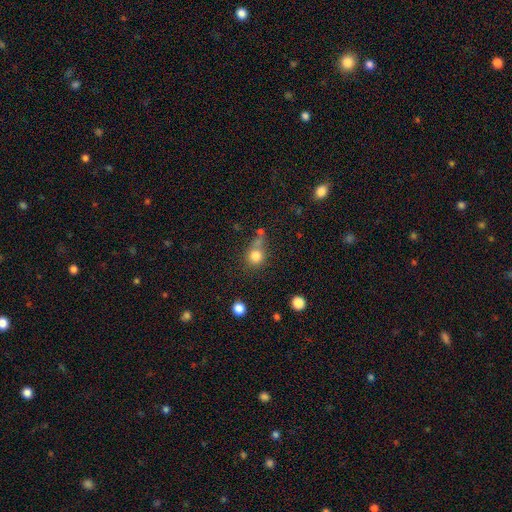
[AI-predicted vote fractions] Smooth or featured: smooth — 80% (star or artifact — 13%)
How rounded: round — 87% (in between — 12%)
Merging: none — 53% (merger — 25%)